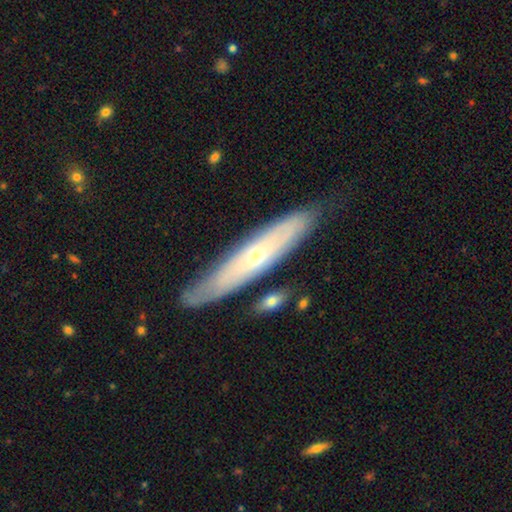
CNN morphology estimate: A featured or disk galaxy (59%) viewed edge-on (58%).

Vote fractions:
- Smooth or featured? featured or disk: 59% / smooth: 35% / star or artifact: 6%
- Edge-on disk? yes: 58% / no: 42%
- Merging? none: 77% / minor disturbance: 16% / merger: 4% / major disturbance: 3%